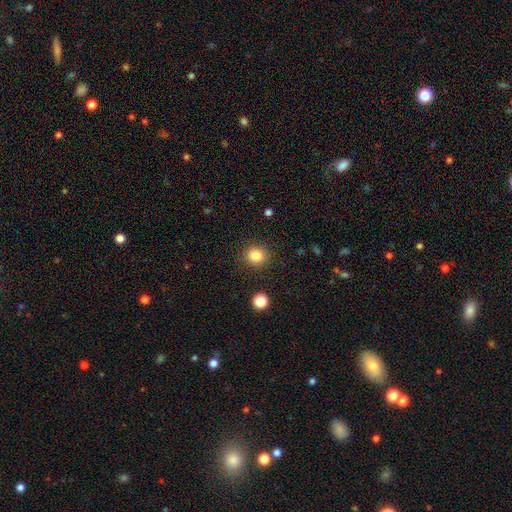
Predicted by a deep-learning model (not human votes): Overall: smooth (83%). How rounded: round (88%). Merging: none (89%).